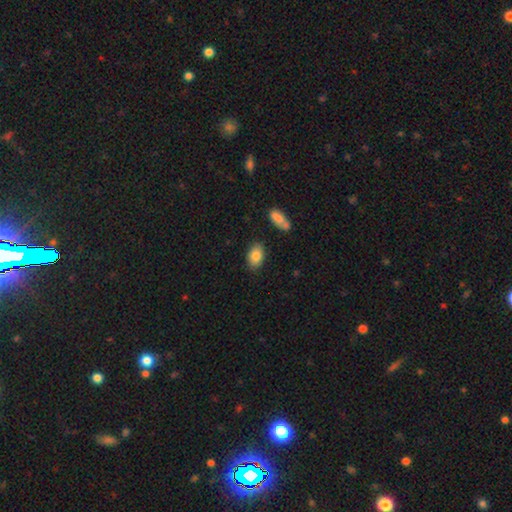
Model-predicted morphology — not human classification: This is clearly a smooth galaxy (84%). How rounded: clearly in between (87%). Merging: clearly none (83%).